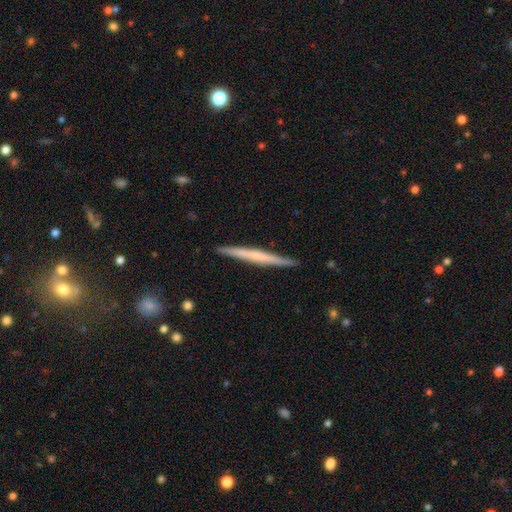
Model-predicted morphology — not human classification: A featured or disk galaxy (53%) viewed edge-on (97%) with no central bulge (72%). Merging: none (90%).